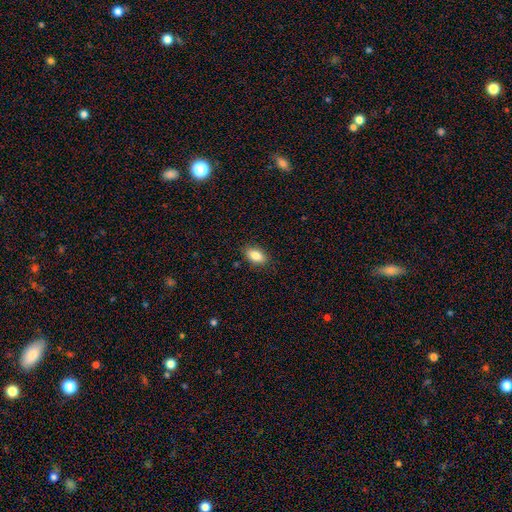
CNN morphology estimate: Smooth or featured? Predicted: smooth (p=0.84). How rounded? Predicted: in between (p=0.90). Merging? Predicted: none (p=0.87).